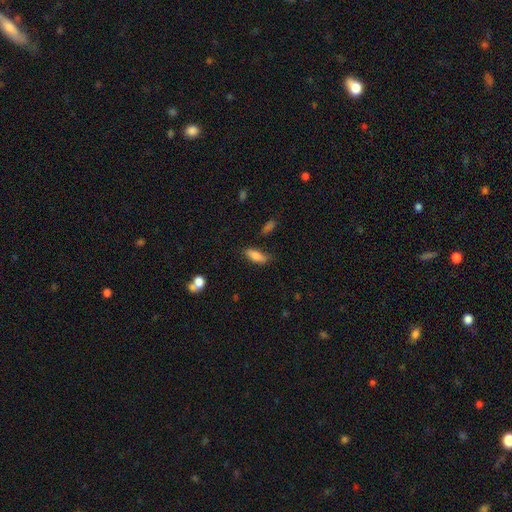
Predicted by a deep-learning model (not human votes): Smooth or featured?
  - smooth: 80% *
  - featured or disk: 13%
  - star or artifact: 7%
How rounded?
  - in between: 72% *
  - cigar-shaped: 26%
  - round: 3%
Merging?
  - none: 74% *
  - minor disturbance: 19%
  - major disturbance: 4%
  - merger: 3%